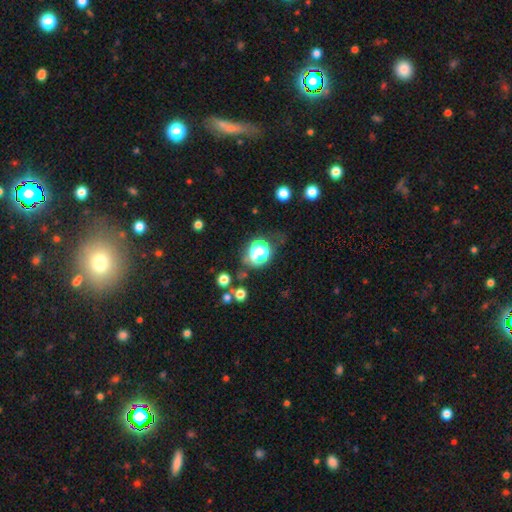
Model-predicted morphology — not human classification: Smooth or featured: smooth — 63% (star or artifact — 26%)
How rounded: round — 71% (in between — 27%)
Merging: none — 61% (minor disturbance — 18%)